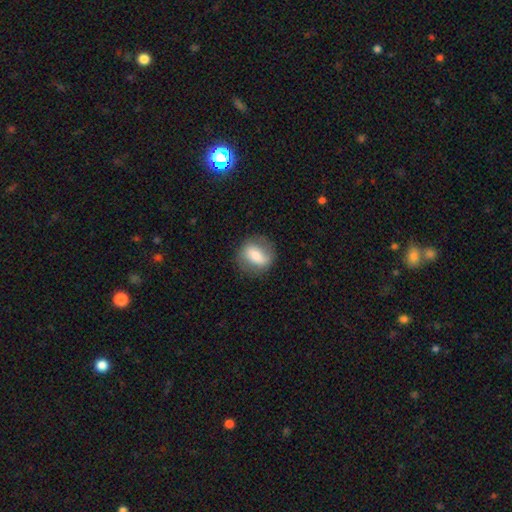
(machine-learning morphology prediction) A smooth galaxy with no disk features (61%) that is round (56%).

Vote fractions:
- Smooth or featured? smooth: 61% / featured or disk: 32% / star or artifact: 8%
- How rounded? round: 56% / in between: 41% / cigar-shaped: 3%
- Merging? none: 78% / minor disturbance: 15% / major disturbance: 6% / merger: 1%